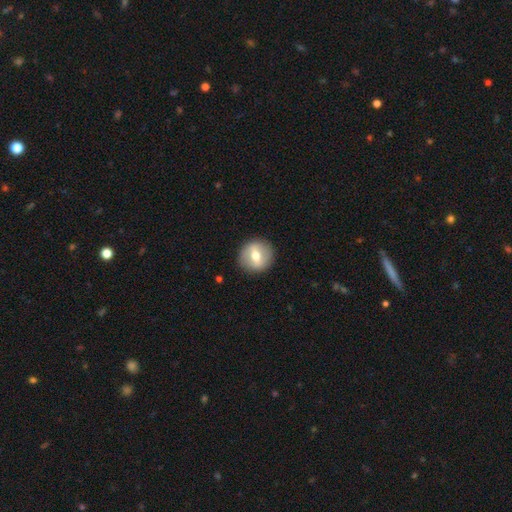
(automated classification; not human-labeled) This is possibly a featured or disk galaxy (47%). Merging: clearly none (89%).